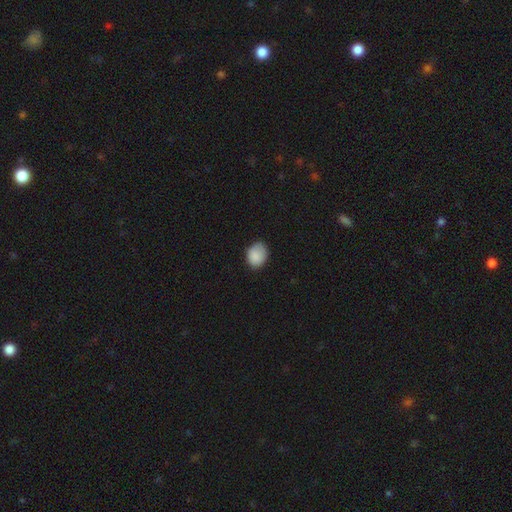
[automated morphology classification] Smooth or featured? smooth (87%)
How rounded? in between (56%)
Merging? none (72%)